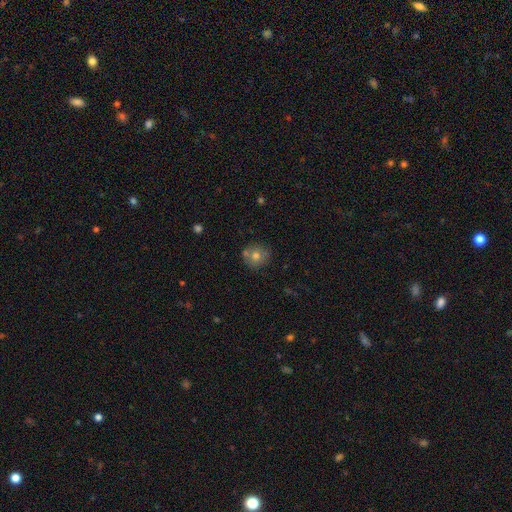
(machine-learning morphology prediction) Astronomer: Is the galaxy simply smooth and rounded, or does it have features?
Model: smooth — 70%.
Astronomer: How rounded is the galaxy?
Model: round — 88%.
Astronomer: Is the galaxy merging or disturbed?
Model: none — 73%.